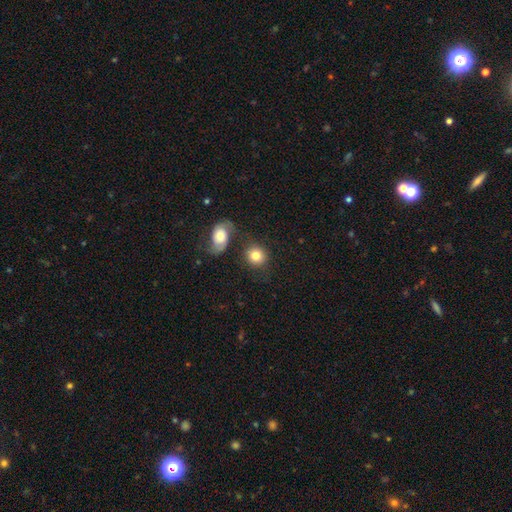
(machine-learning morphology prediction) Smooth or featured? smooth (80%)
How rounded? round (78%)
Merging? none (66%)